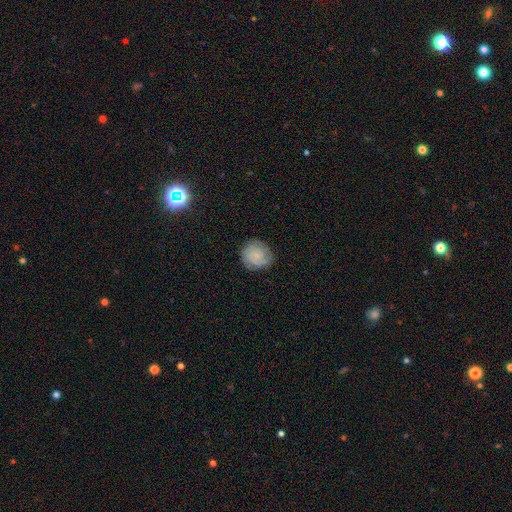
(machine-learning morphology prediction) A smooth galaxy with no disk features (49%). Merging: none (82%).